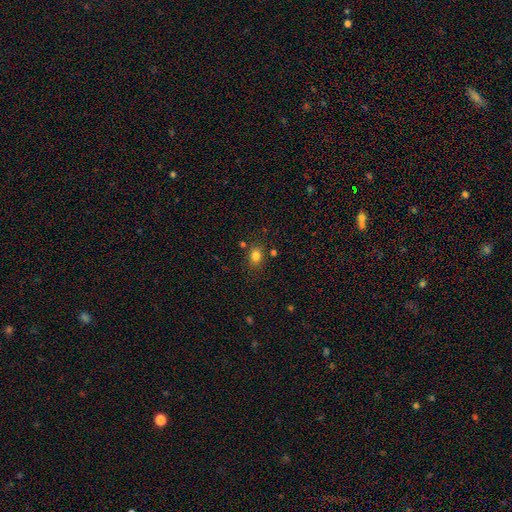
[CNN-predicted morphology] A smooth galaxy with no disk features (81%) that is in between round and cigar-shaped (58%).

Vote fractions:
- Smooth or featured? smooth: 81% / star or artifact: 13% / featured or disk: 6%
- How rounded? in between: 58% / round: 41% / cigar-shaped: 1%
- Merging? none: 78% / minor disturbance: 13% / merger: 6% / major disturbance: 4%